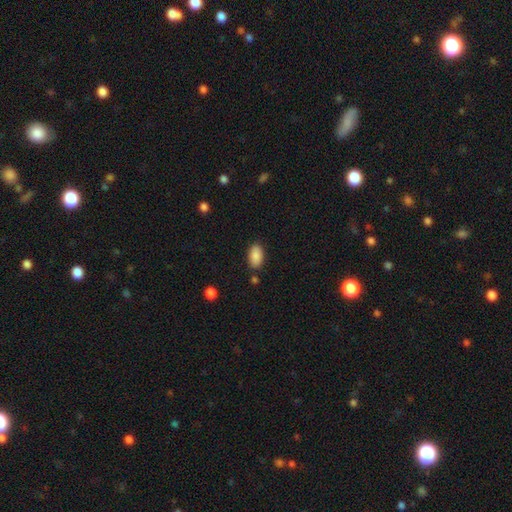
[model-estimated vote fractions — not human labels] Q: Smooth or featured?
A: smooth (88%); runner-up: star or artifact (7%)
Q: How rounded?
A: in between (93%); runner-up: round (4%)
Q: Merging?
A: none (83%); runner-up: minor disturbance (11%)